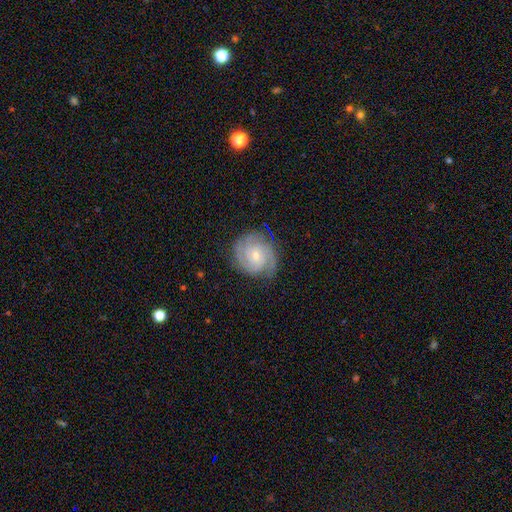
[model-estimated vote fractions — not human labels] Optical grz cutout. It shows a featured or disk galaxy (86%) with no bar (63%), 3 (37%) tight (71%) spiral arms (98%) and a small central bulge (68%). Merging: none (80%).